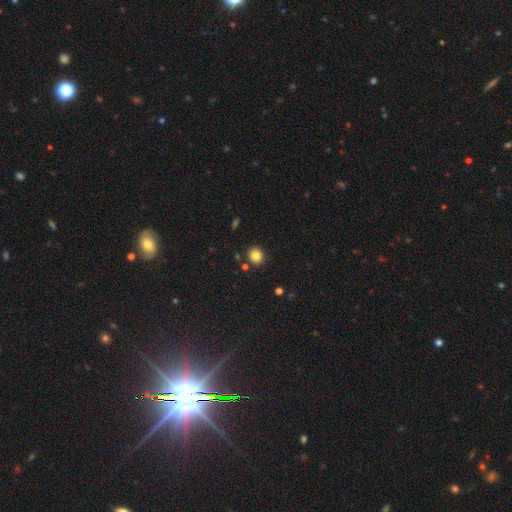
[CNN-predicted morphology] Overall: smooth (83%). How rounded: round (84%). Merging: none (87%).